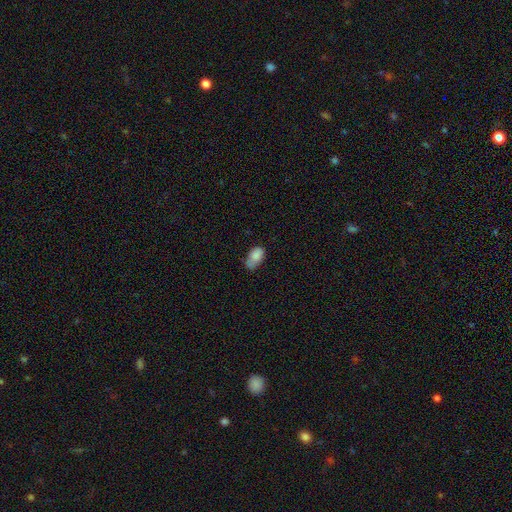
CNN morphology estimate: smooth 83%, featured or disk 9%, star or artifact 8%. Down the decision tree: how rounded — in between (92%); merging — none (42%).